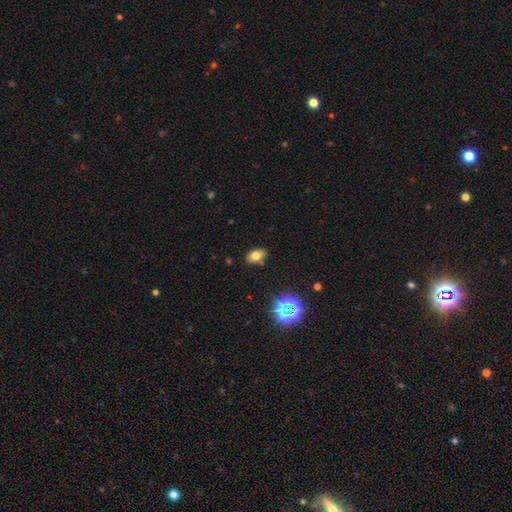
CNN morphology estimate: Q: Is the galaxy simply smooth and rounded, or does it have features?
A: smooth — 74%.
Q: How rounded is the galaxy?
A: in between — 87%.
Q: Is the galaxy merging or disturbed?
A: none — 84%.